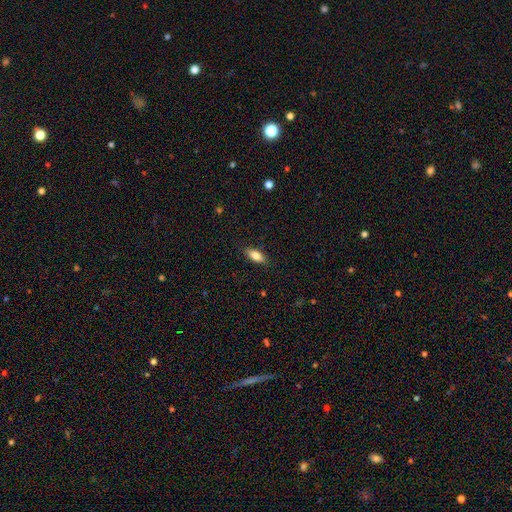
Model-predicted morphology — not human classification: Overall: smooth (80%). How rounded: in between (79%). Merging: none (86%).